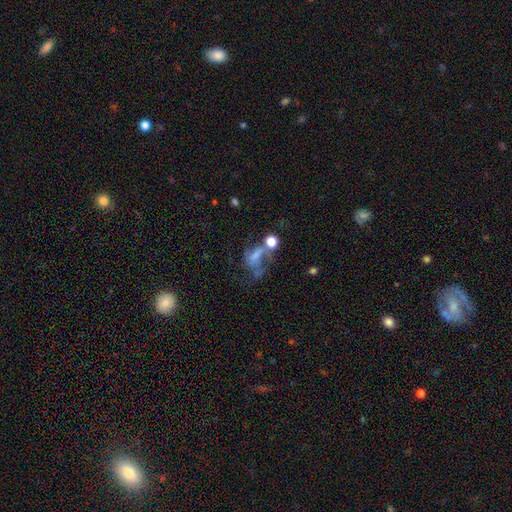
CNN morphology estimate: smooth-or-featured: featured or disk: 43% | smooth: 32% | star or artifact: 24%
  merging: major disturbance: 36% | none: 27% | merger: 22% | minor disturbance: 15%